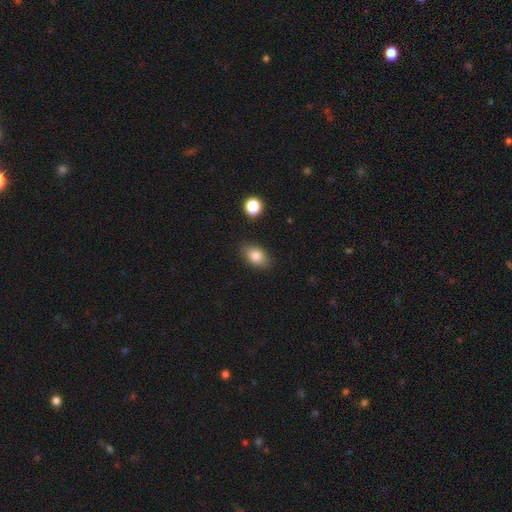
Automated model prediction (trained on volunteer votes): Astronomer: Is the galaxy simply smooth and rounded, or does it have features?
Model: smooth — 83%.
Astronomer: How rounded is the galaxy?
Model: in between — 85%.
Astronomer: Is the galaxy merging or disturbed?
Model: none — 84%.